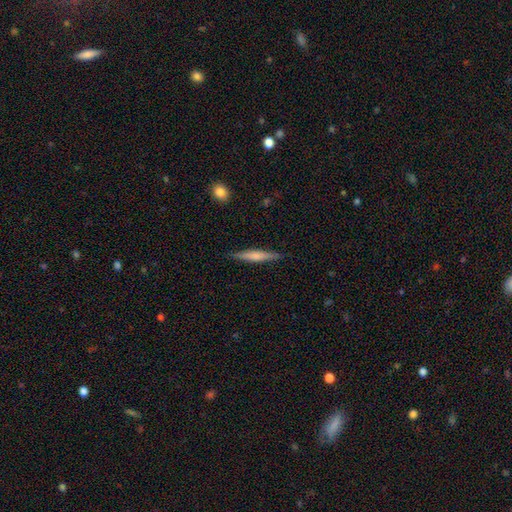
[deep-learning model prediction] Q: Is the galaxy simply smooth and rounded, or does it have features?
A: smooth — 55%.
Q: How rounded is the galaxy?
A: cigar-shaped — 92%.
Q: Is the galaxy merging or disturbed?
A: none — 89%.